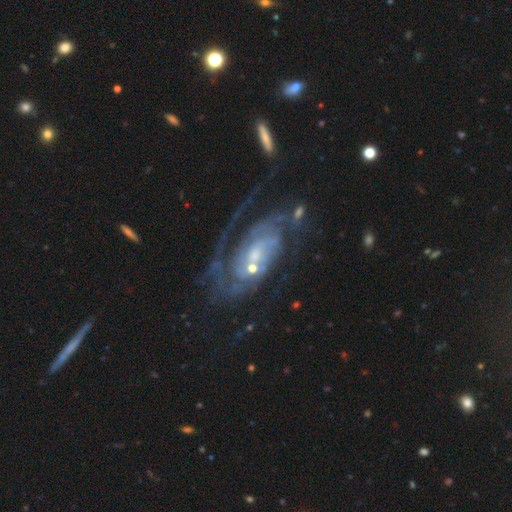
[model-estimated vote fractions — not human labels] Overall: featured or disk (86%). Edge-on disk: no (96%). Bar: no (53%; weak 35%). Spiral arms: yes (95%). Spiral arm count: 2 (39%; can't tell 25%). Spiral winding: tight (50%; medium 38%). Bulge size: small (59%; moderate 28%). Merging: none (48%; major disturbance 23%).